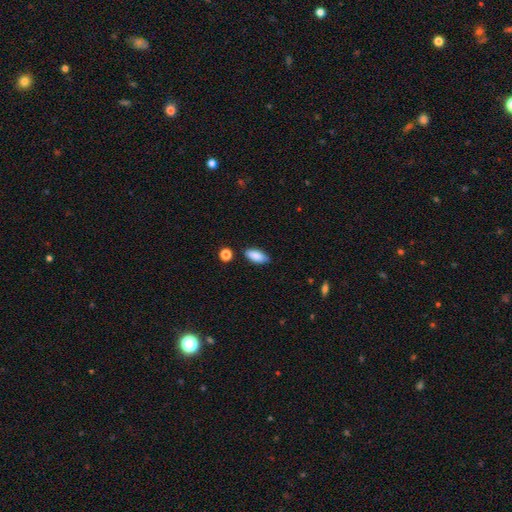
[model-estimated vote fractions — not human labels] The model was most divided on "merging": none: 80%, minor disturbance: 14%, merger: 3%, major disturbance: 3%. More confident: smooth or featured — smooth (88%); how rounded — in between (85%).